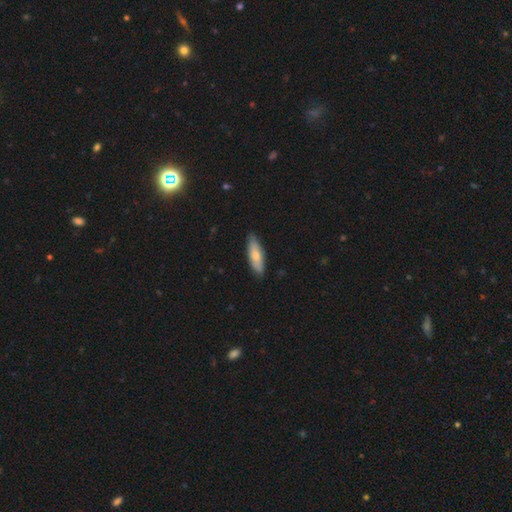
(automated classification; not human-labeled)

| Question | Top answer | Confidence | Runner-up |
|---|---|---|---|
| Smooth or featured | smooth | 71% | featured or disk (24%) |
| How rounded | in between | 53% | cigar-shaped (45%) |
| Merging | none | 84% | minor disturbance (13%) |